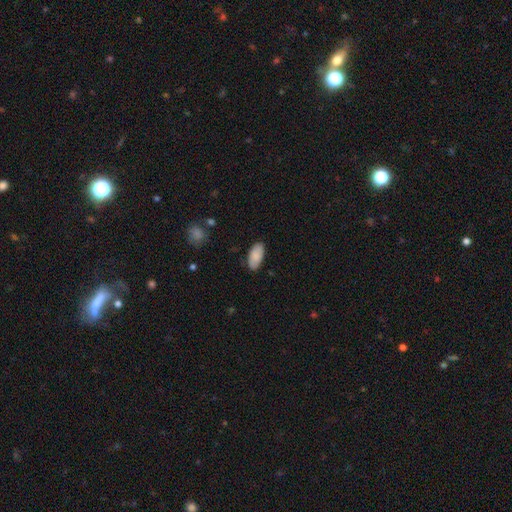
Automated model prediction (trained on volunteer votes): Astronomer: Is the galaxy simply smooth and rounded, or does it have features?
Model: smooth — 88%.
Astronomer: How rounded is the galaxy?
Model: in between — 93%.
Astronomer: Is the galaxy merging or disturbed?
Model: none — 84%.